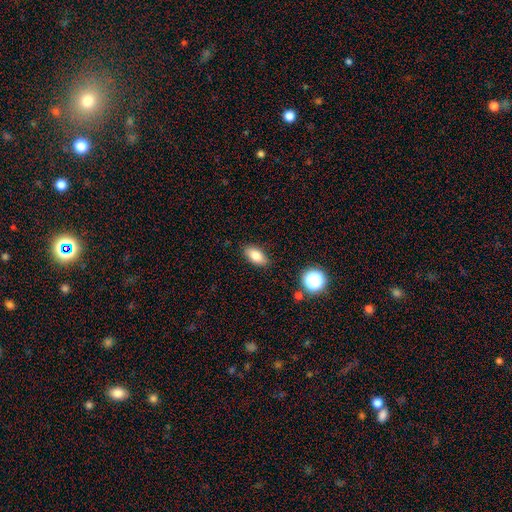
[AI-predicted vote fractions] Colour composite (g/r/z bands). It shows a smooth galaxy with no disk features (82%) that is in between round and cigar-shaped (88%). Merging: none (86%).